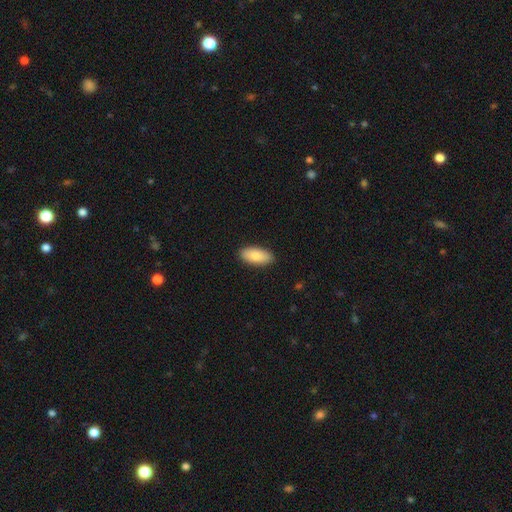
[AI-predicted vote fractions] smooth_or_featured: smooth (p=0.84) [alt: featured or disk p=0.10]
how_rounded: in between (p=0.88) [alt: cigar-shaped p=0.10]
merging: none (p=0.89) [alt: minor disturbance p=0.08]